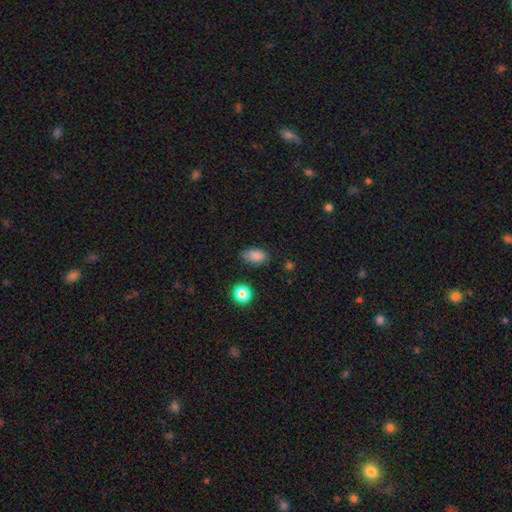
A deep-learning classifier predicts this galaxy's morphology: Overall: smooth (84%). How rounded: in between (89%). Merging: none (82%).